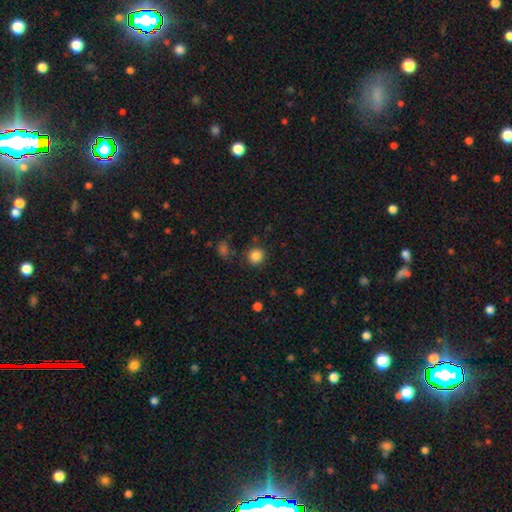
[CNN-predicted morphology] type=smooth (84%); roundness=round (91%); merging=none (85%).